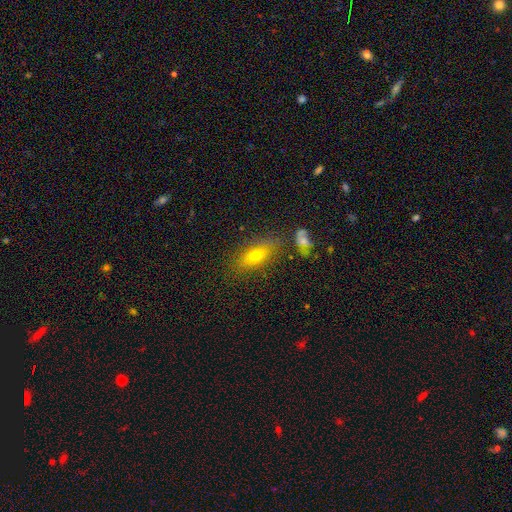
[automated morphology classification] Smooth or featured?
  - smooth: 62% *
  - featured or disk: 25%
  - star or artifact: 13%
How rounded?
  - in between: 73% *
  - cigar-shaped: 19%
  - round: 7%
Merging?
  - none: 73% *
  - minor disturbance: 15%
  - merger: 6%
  - major disturbance: 6%